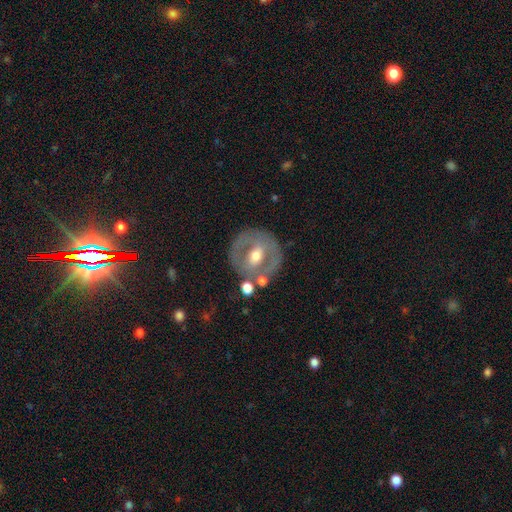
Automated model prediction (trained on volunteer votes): This is likely a featured or disk galaxy (63%). It is clearly not viewed edge-on (94%). Bar: marginally weak (38%). Spiral arm pattern: likely no (71%). Central bulge: likely moderate (72%). Merging: likely none (73%).